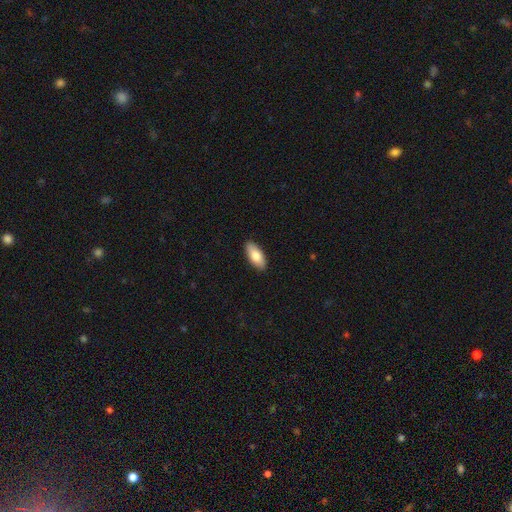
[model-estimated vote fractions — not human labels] The model was most divided on "smooth or featured": smooth: 81%, featured or disk: 14%, star or artifact: 6%. More confident: merging — none (90%); how rounded — in between (86%).